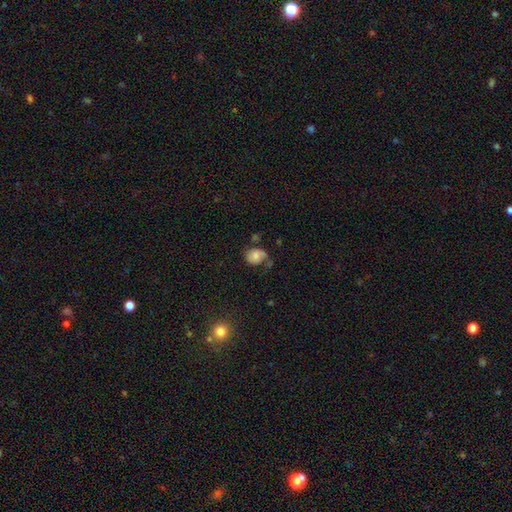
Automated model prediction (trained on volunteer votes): Smooth or featured?
  - smooth: 63% *
  - featured or disk: 27%
  - star or artifact: 11%
How rounded?
  - round: 53% *
  - in between: 46%
  - cigar-shaped: 1%
Merging?
  - none: 43% *
  - minor disturbance: 29%
  - major disturbance: 17%
  - merger: 11%